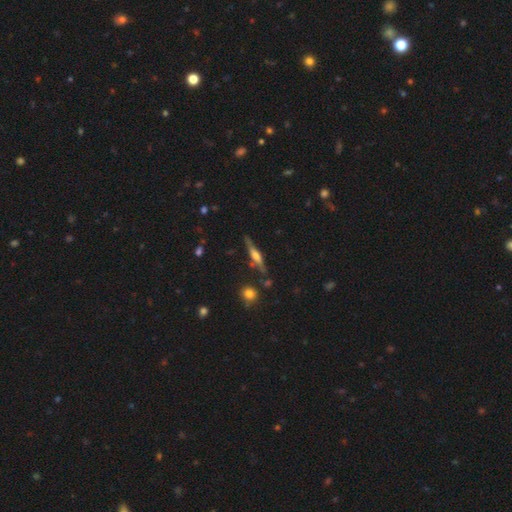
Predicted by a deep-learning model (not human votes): Smooth or featured?
  - featured or disk: 64% *
  - smooth: 29%
  - star or artifact: 7%
Edge-on disk?
  - yes: 95% *
  - no: 5%
Edge-on bulge?
  - rounded: 70% *
  - boxy: 22%
  - none: 8%
Merging?
  - none: 81% *
  - minor disturbance: 12%
  - merger: 4%
  - major disturbance: 3%